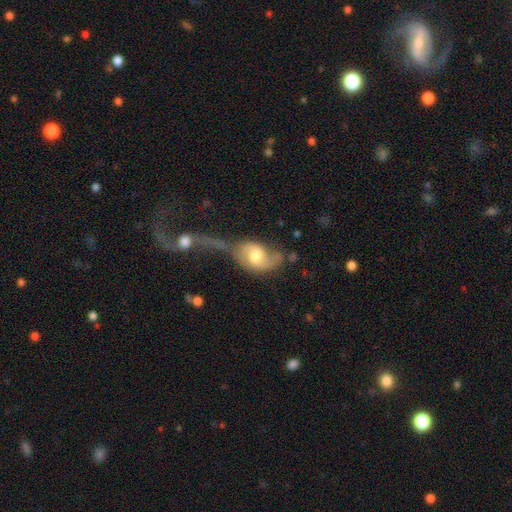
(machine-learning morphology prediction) This appears to be a featured or disk galaxy (60%) with no bar (56%), spiral arms (81%) and a moderate central bulge (67%). Merging: merger (35%).